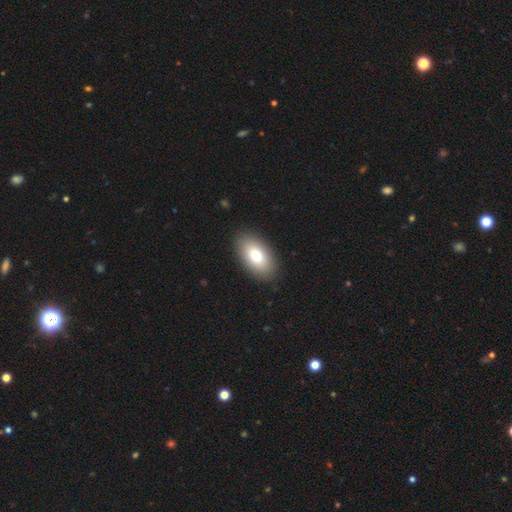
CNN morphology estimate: This appears to be a smooth galaxy with no disk features (77%) that is in between round and cigar-shaped (94%). Merging: none (89%).